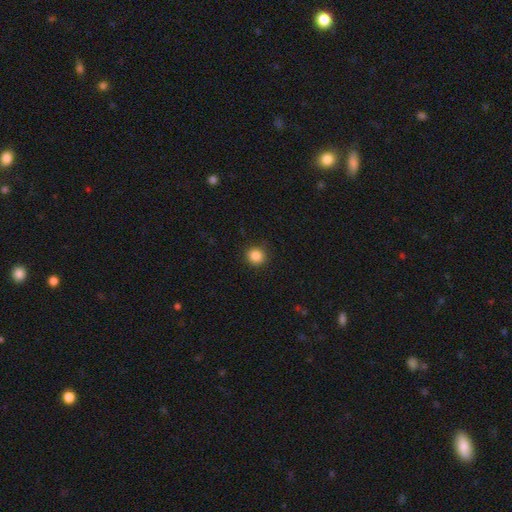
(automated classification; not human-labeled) A smooth galaxy with no disk features (86%) that is round (88%).

Vote fractions:
- Smooth or featured? smooth: 86% / star or artifact: 10% / featured or disk: 3%
- How rounded? round: 88% / in between: 11% / cigar-shaped: 1%
- Merging? none: 90% / minor disturbance: 7% / major disturbance: 2% / merger: 1%